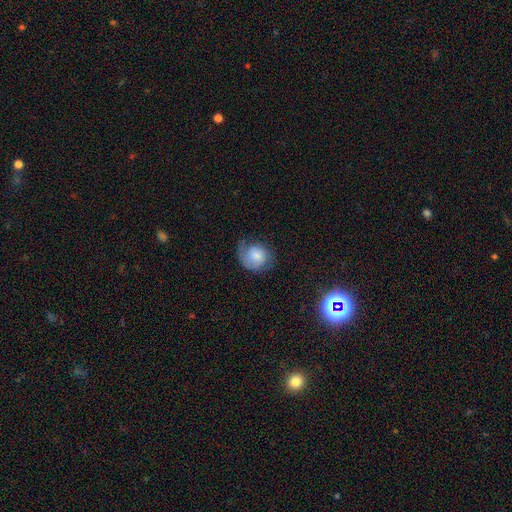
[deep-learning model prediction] smooth 58%, featured or disk 34%, star or artifact 8%. Down the decision tree: how rounded — round (69%); merging — none (48%).